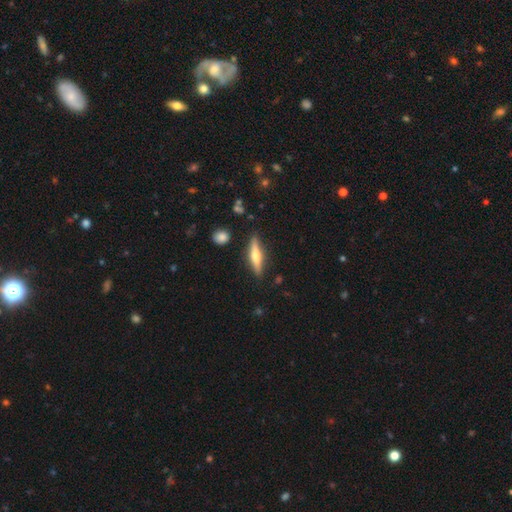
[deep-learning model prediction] smooth-or-featured: featured or disk: 56% | smooth: 37% | star or artifact: 6%
  disk-edge-on: yes: 95% | no: 5%
    edge-on-bulge: rounded: 91% | boxy: 5% | none: 4%
  merging: none: 86% | minor disturbance: 9% | major disturbance: 2% | merger: 2%